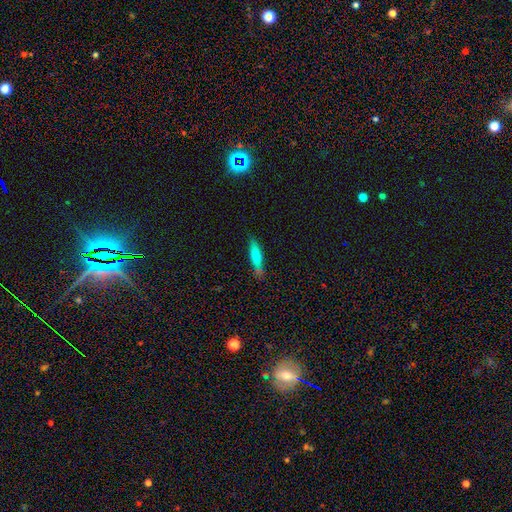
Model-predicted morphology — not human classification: Smooth or featured: smooth — 72% (featured or disk — 20%)
How rounded: cigar-shaped — 81% (in between — 18%)
Merging: none — 70% (minor disturbance — 18%)